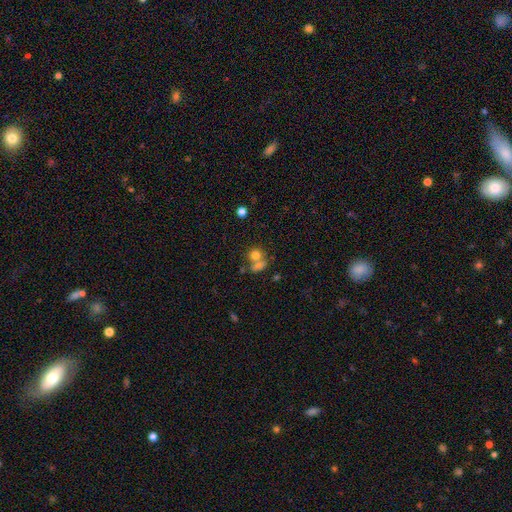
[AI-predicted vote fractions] Smooth or featured? Predicted: smooth (p=0.76). How rounded? Predicted: round (p=0.70). Merging? Predicted: merger (p=0.46).